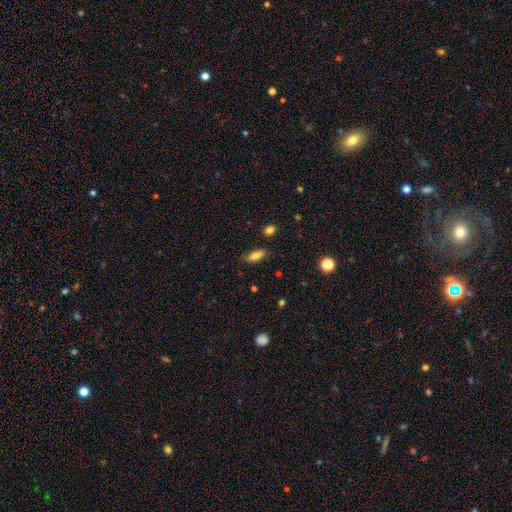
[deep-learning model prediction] A smooth galaxy with no disk features (77%) that is in between round and cigar-shaped (75%).

Vote fractions:
- Smooth or featured? smooth: 77% / featured or disk: 15% / star or artifact: 8%
- How rounded? in between: 75% / cigar-shaped: 22% / round: 3%
- Merging? none: 82% / minor disturbance: 13% / major disturbance: 3% / merger: 2%